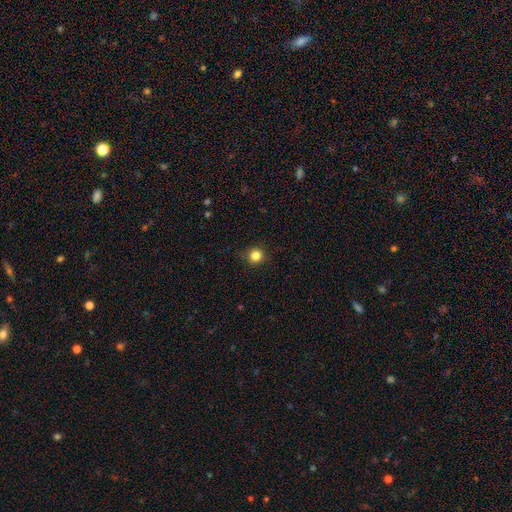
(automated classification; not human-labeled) smooth_or_featured: smooth (p=0.83) [alt: star or artifact p=0.12]
how_rounded: round (p=0.93) [alt: in between p=0.06]
merging: none (p=0.90) [alt: minor disturbance p=0.07]